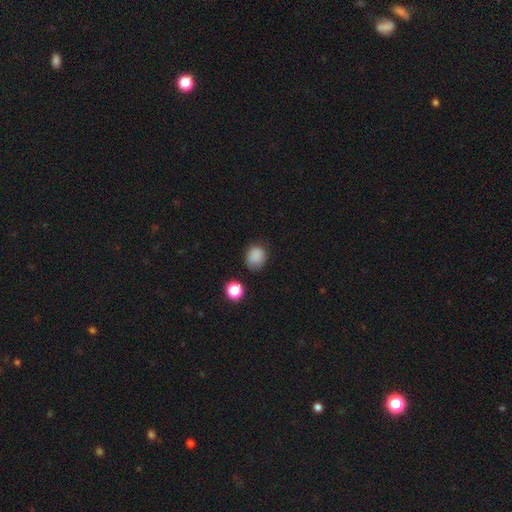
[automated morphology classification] type=smooth (84%); roundness=round (71%); merging=none (73%).